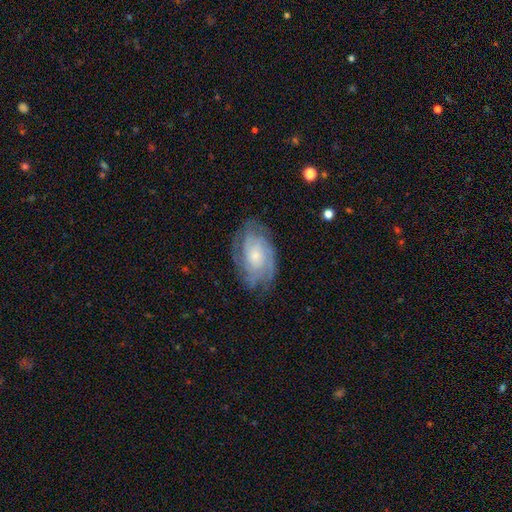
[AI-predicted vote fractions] A featured or disk galaxy (80%) with no bar (73%), tight (64%) spiral arms (95%) and a small central bulge (61%). Merging: none (73%).